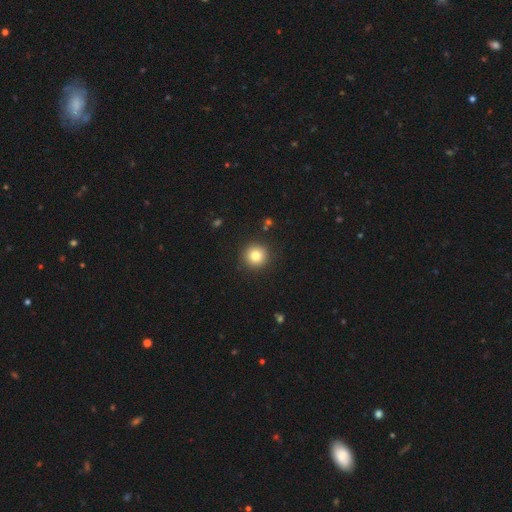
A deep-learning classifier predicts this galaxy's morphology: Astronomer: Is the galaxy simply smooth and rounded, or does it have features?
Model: smooth — 81%.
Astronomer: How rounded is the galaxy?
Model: round — 95%.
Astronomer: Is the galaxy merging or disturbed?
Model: none — 91%.